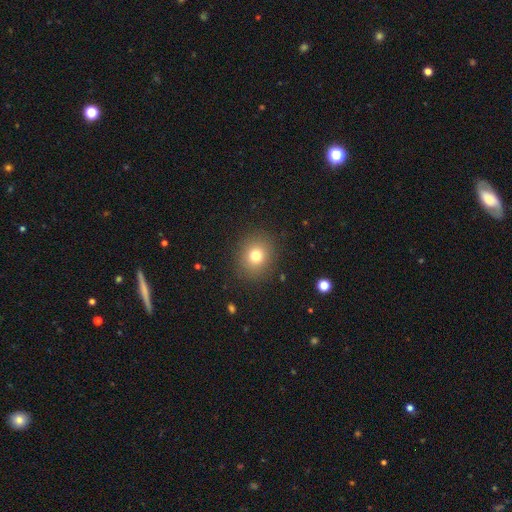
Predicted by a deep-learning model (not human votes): This appears to be a smooth galaxy with no disk features (76%) that is round (77%). Merging: none (89%).